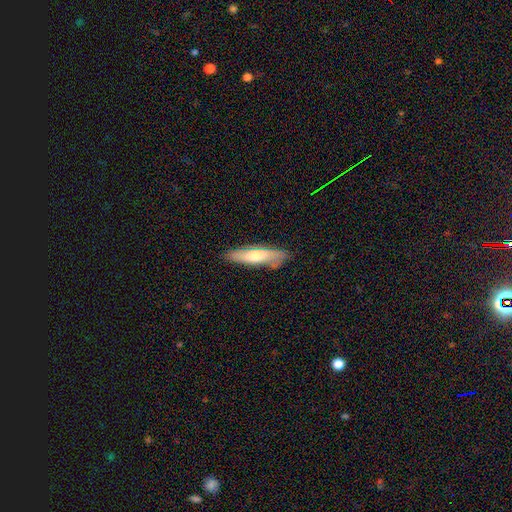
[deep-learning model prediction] Morphology: type=smooth (64%); roundness=cigar-shaped (67%); merging=none (76%).